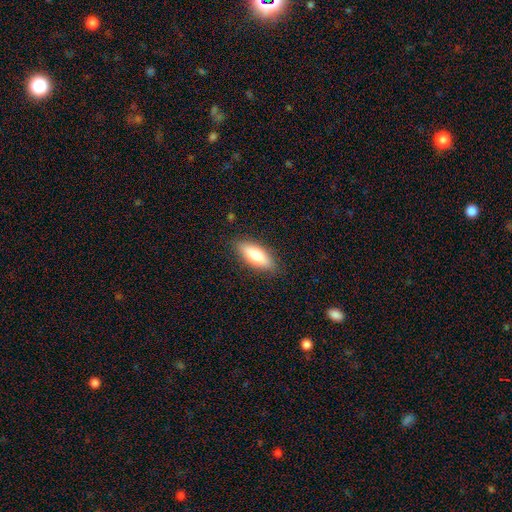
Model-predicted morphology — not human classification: Smooth or featured? Predicted: smooth (p=0.75). How rounded? Predicted: in between (p=0.68). Merging? Predicted: none (p=0.86).